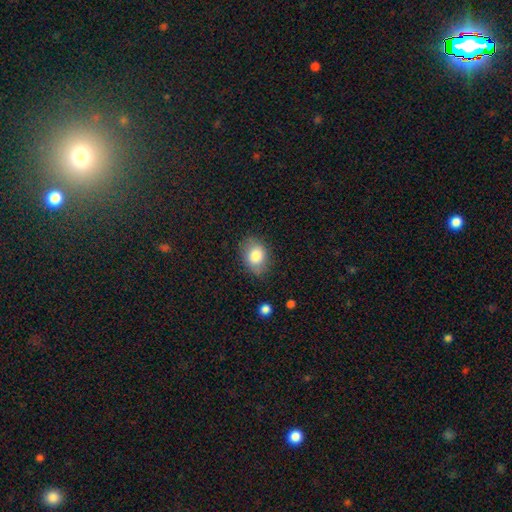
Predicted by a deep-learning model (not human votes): Smooth or featured: smooth — 81% (featured or disk — 11%)
How rounded: in between — 74% (round — 25%)
Merging: none — 77% (minor disturbance — 17%)